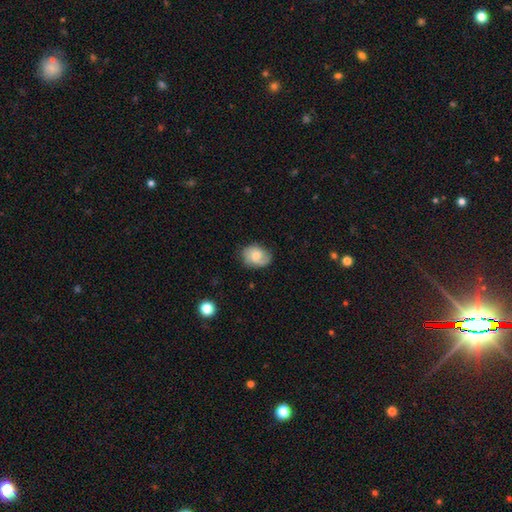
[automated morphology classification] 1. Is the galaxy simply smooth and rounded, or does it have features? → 52% smooth, 41% featured or disk, 8% star or artifact.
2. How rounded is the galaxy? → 62% in between, 37% round, 1% cigar-shaped.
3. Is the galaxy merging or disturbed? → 68% none, 23% minor disturbance, 7% major disturbance, 1% merger.